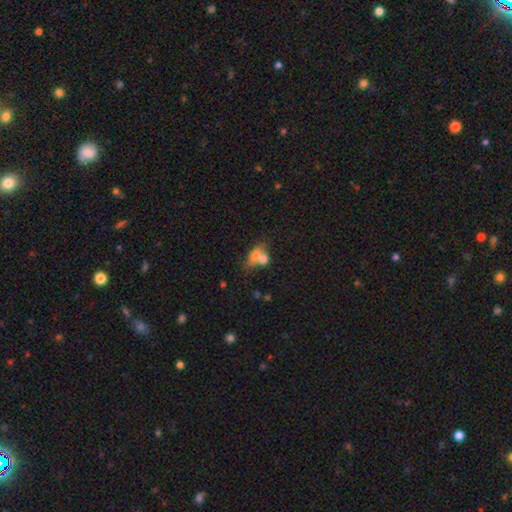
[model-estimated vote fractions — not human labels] Smooth or featured? smooth (66%)
How rounded? in between (70%)
Merging? merger (57%)